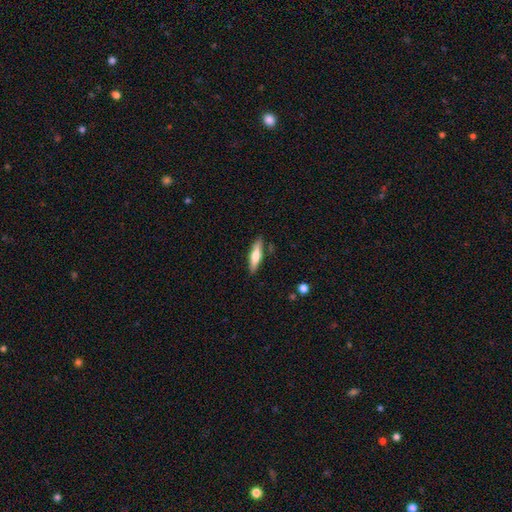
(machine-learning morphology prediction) Smooth or featured?
  - smooth: 51% *
  - featured or disk: 43%
  - star or artifact: 6%
How rounded?
  - cigar-shaped: 76% *
  - in between: 22%
  - round: 2%
Merging?
  - none: 85% *
  - minor disturbance: 11%
  - merger: 2%
  - major disturbance: 2%